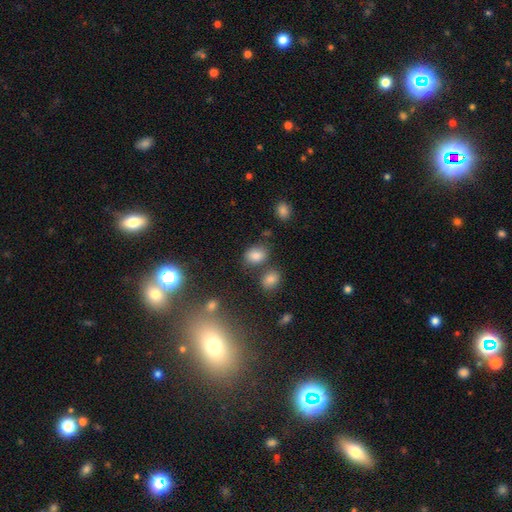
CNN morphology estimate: type=smooth (81%); roundness=in between (67%); merging=none (69%).